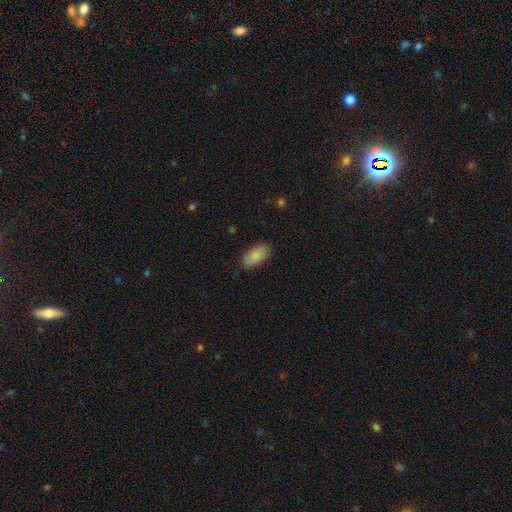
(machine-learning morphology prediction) Smooth or featured? smooth (84%)
How rounded? in between (93%)
Merging? none (85%)